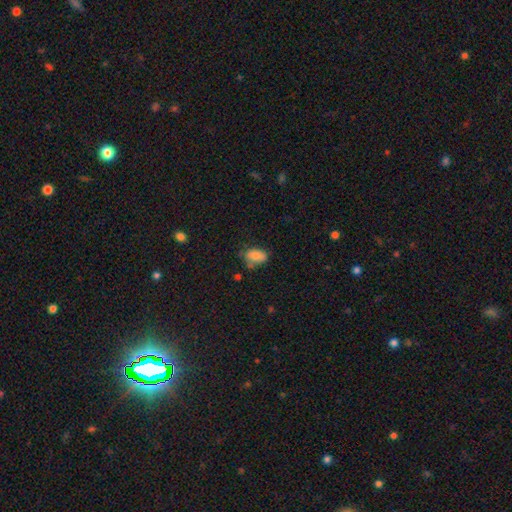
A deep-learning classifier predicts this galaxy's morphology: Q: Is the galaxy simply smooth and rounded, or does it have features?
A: smooth — 81%.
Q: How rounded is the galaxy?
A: in between — 89%.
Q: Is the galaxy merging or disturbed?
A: none — 51%.